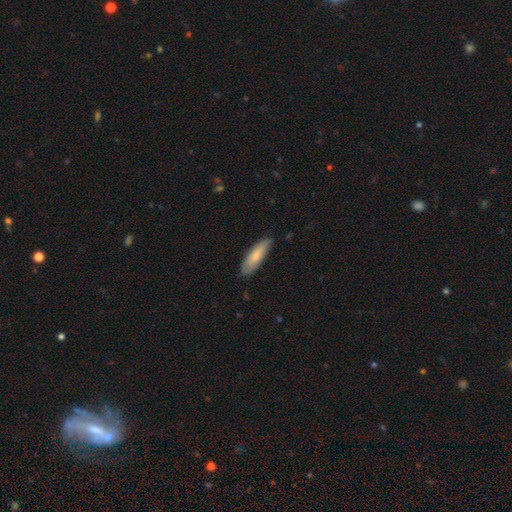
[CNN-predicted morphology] Smooth or featured? smooth (77%)
How rounded? cigar-shaped (52%)
Merging? none (80%)